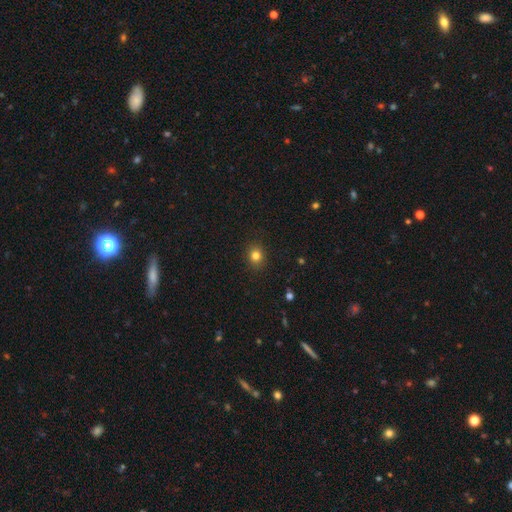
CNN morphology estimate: type=smooth (81%); roundness=round (74%); merging=none (90%).